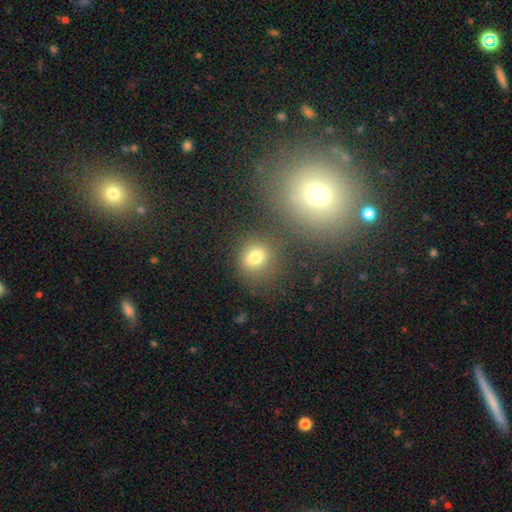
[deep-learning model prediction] smooth-or-featured: smooth: 76% | star or artifact: 16% | featured or disk: 8%
  how-rounded: round: 74% | in between: 25% | cigar-shaped: 2%
  merging: none: 75% | minor disturbance: 11% | merger: 9% | major disturbance: 5%